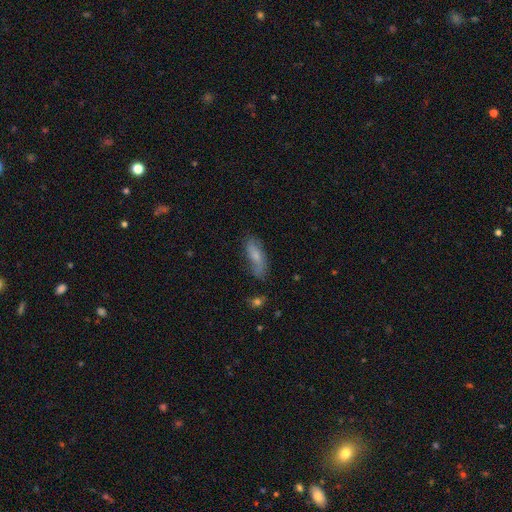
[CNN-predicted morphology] Q: Smooth or featured?
A: smooth (63%); runner-up: featured or disk (29%)
Q: How rounded?
A: in between (59%); runner-up: cigar-shaped (38%)
Q: Merging?
A: none (69%); runner-up: minor disturbance (23%)